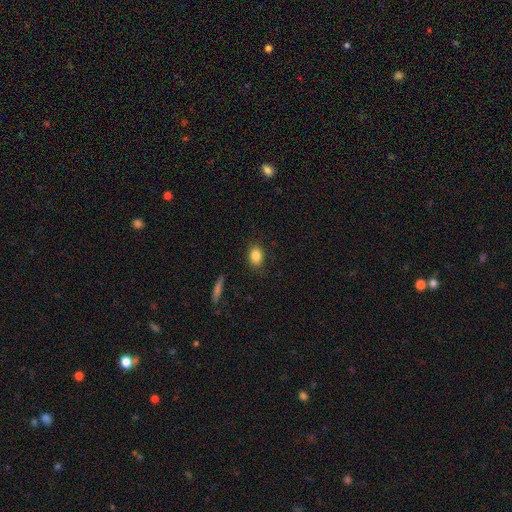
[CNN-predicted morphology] A smooth galaxy with no disk features (84%) that is in between round and cigar-shaped (68%).

Vote fractions:
- Smooth or featured? smooth: 84% / star or artifact: 9% / featured or disk: 7%
- How rounded? in between: 68% / round: 30% / cigar-shaped: 2%
- Merging? none: 86% / minor disturbance: 11% / major disturbance: 3% / merger: 1%